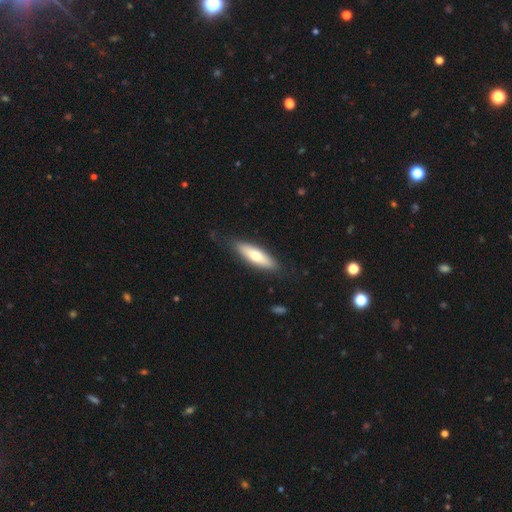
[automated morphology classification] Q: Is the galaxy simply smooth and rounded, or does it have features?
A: smooth — 65%.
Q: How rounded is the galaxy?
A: cigar-shaped — 57%.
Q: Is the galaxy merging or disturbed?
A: none — 83%.